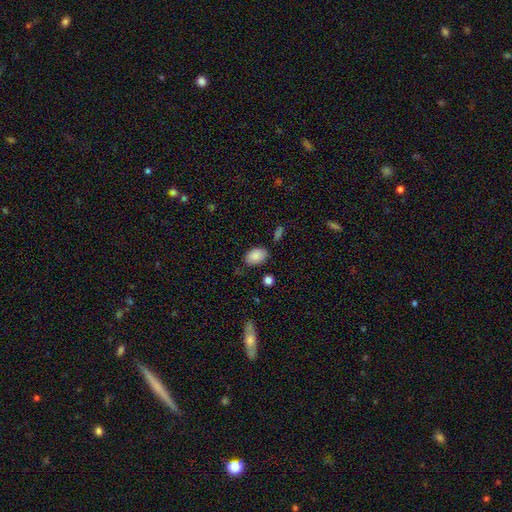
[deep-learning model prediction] Smooth or featured: smooth — 88% (star or artifact — 7%)
How rounded: in between — 88% (round — 11%)
Merging: none — 74% (minor disturbance — 18%)